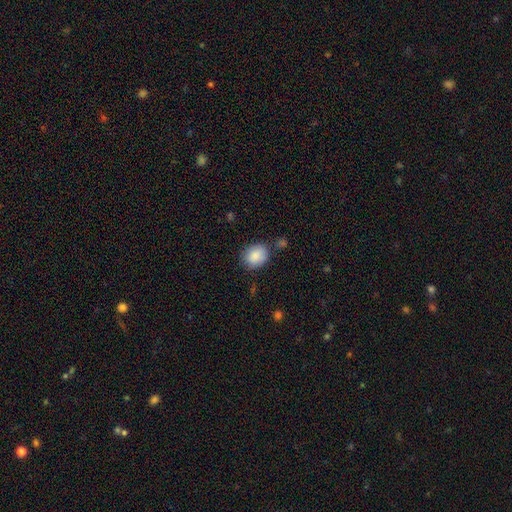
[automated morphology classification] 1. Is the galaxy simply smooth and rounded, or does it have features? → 88% smooth, 7% star or artifact, 5% featured or disk.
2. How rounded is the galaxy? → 53% round, 47% in between, 1% cigar-shaped.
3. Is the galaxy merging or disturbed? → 77% none, 15% minor disturbance, 4% merger, 4% major disturbance.